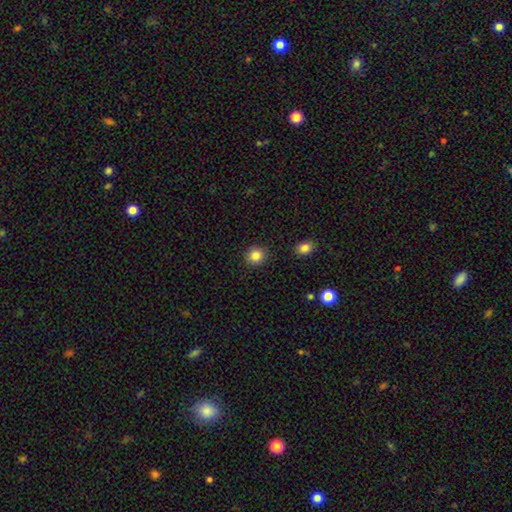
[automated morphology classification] smooth 85%, star or artifact 10%, featured or disk 5%. Down the decision tree: how rounded — round (90%); merging — none (91%).